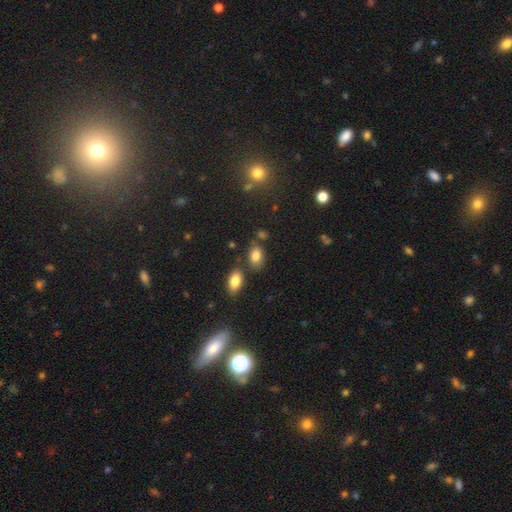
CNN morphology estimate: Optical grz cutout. It shows a smooth galaxy with no disk features (83%) that is in between round and cigar-shaped (86%). Merging: none (68%).